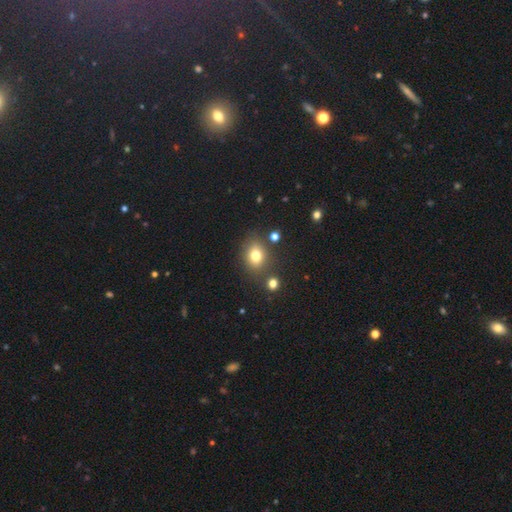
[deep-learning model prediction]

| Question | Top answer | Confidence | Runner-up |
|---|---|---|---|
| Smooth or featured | smooth | 76% | star or artifact (14%) |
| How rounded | round | 49% | tied: in between (49%) |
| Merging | none | 77% | minor disturbance (12%) |